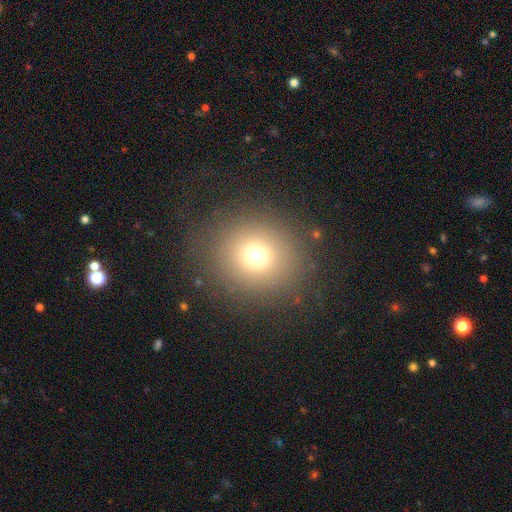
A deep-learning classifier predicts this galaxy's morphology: Smooth or featured? Predicted: smooth (p=0.71). How rounded? Predicted: round (p=0.87). Merging? Predicted: none (p=0.85).